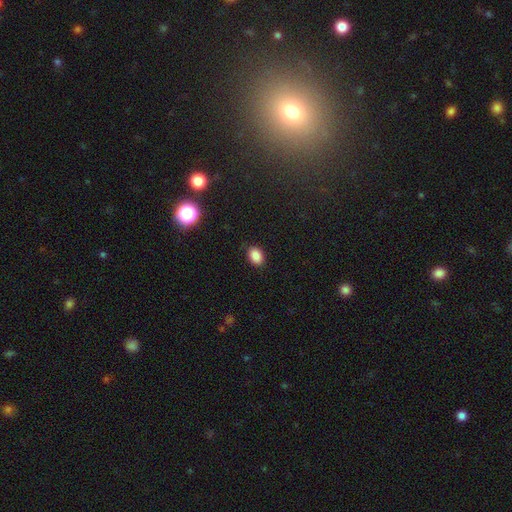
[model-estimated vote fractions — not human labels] Smooth or featured?
  - smooth: 87% *
  - star or artifact: 10%
  - featured or disk: 4%
How rounded?
  - in between: 78% *
  - round: 21%
  - cigar-shaped: 1%
Merging?
  - none: 86% *
  - minor disturbance: 10%
  - major disturbance: 2%
  - merger: 1%